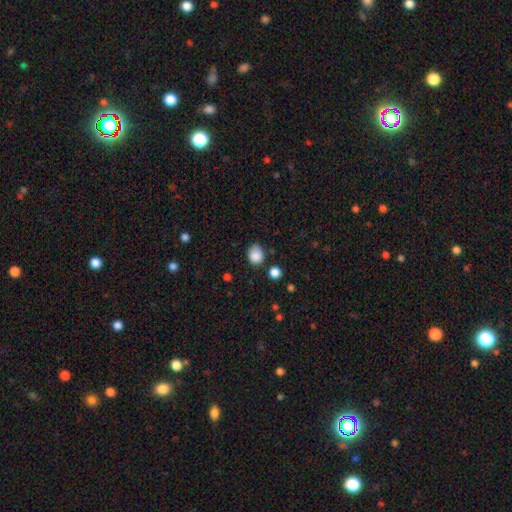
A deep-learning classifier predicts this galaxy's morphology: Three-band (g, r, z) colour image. It shows a smooth galaxy with no disk features (87%) that is round (55%). Merging: none (71%).